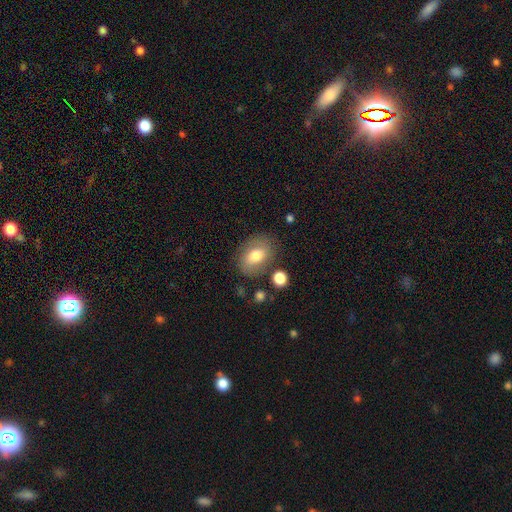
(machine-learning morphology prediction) This appears to be a smooth galaxy with no disk features (67%) that is in between round and cigar-shaped (74%). Merging: none (75%).